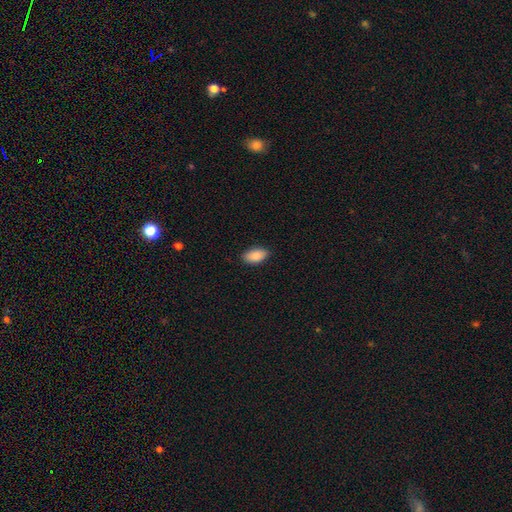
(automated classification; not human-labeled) smooth_or_featured: smooth (p=0.89) [alt: star or artifact p=0.07]
how_rounded: in between (p=0.93) [alt: round p=0.04]
merging: none (p=0.87) [alt: minor disturbance p=0.10]